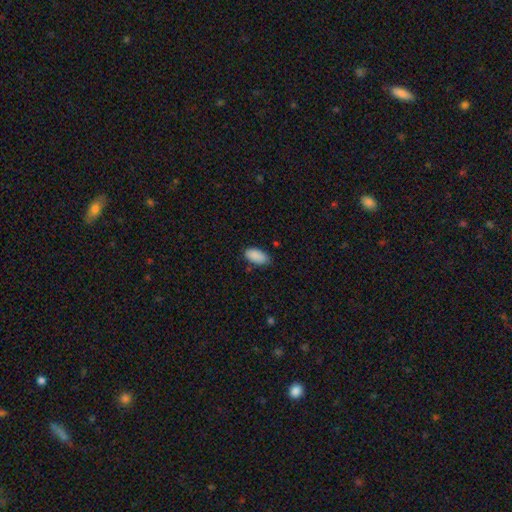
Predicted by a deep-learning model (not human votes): Overall: smooth (89%). How rounded: in between (93%). Merging: none (77%).